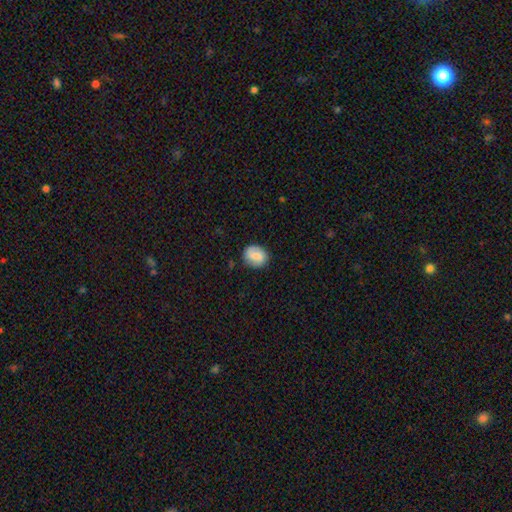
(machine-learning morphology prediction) Smooth or featured? smooth (63%)
How rounded? round (63%)
Merging? none (80%)